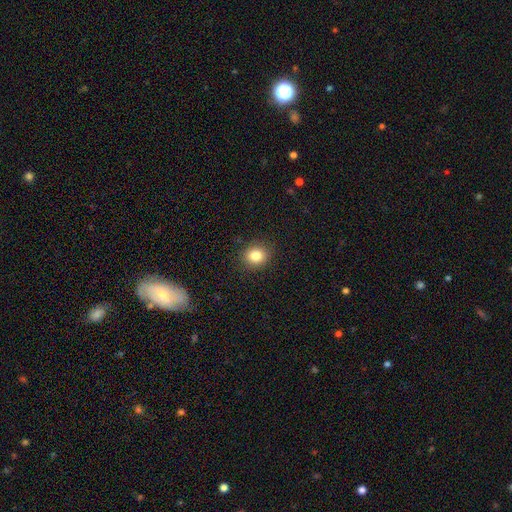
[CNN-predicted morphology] The model was most divided on "how rounded": round: 71%, in between: 28%, cigar-shaped: 1%. More confident: merging — none (89%); smooth or featured — smooth (83%).